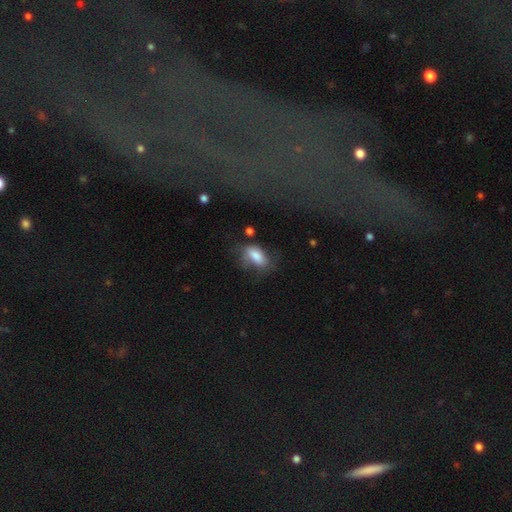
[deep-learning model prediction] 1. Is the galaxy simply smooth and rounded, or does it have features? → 74% smooth, 18% featured or disk, 8% star or artifact.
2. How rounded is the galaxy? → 89% in between, 6% cigar-shaped, 5% round.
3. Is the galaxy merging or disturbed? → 43% none, 29% minor disturbance, 22% major disturbance, 6% merger.